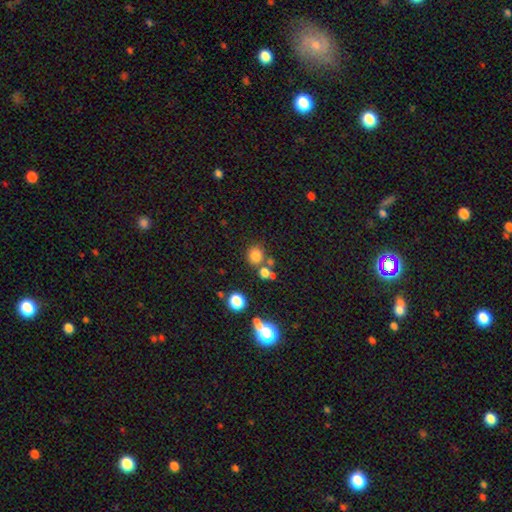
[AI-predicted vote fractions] Morphology: type=smooth (76%); roundness=round (82%); merging=none (65%).